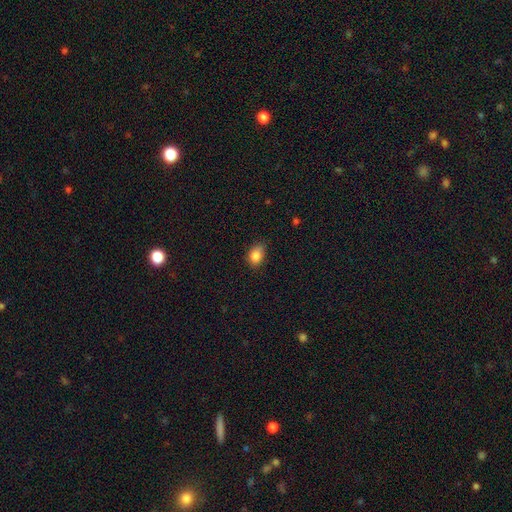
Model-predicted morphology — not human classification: A smooth galaxy with no disk features (85%) that is in between round and cigar-shaped (74%).

Vote fractions:
- Smooth or featured? smooth: 85% / star or artifact: 9% / featured or disk: 6%
- How rounded? in between: 74% / round: 25% / cigar-shaped: 1%
- Merging? none: 74% / minor disturbance: 21% / major disturbance: 3% / merger: 1%